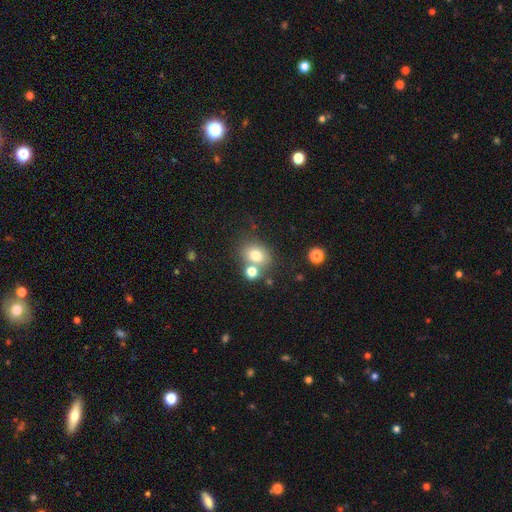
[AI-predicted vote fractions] Smooth or featured? Predicted: smooth (p=0.76). How rounded? Predicted: round (p=0.59). Merging? Predicted: none (p=0.58).